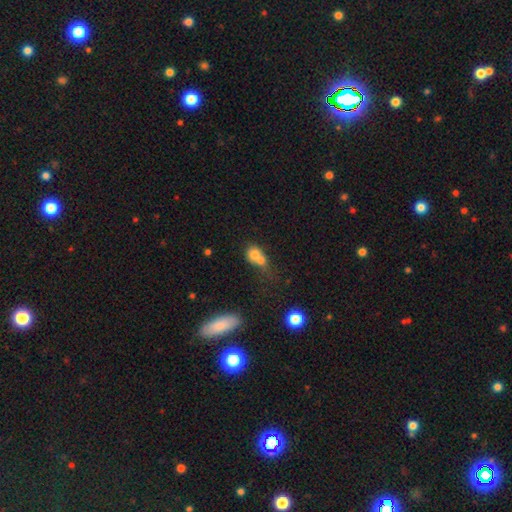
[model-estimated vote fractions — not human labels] This is likely a smooth galaxy (72%). How rounded: likely round (66%). Merging: likely merger (63%).